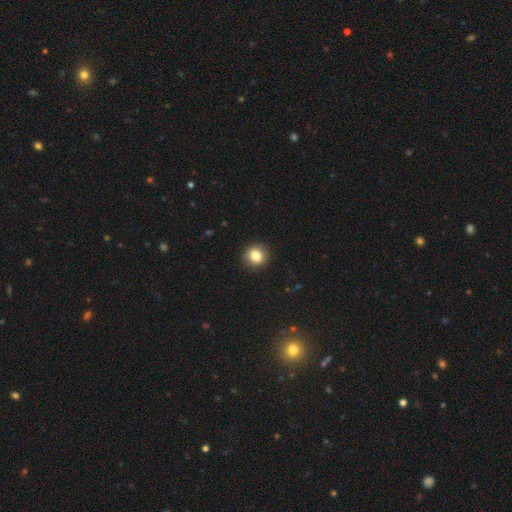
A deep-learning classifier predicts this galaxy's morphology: This is clearly a smooth galaxy (83%). How rounded: clearly round (90%). Merging: clearly none (92%).